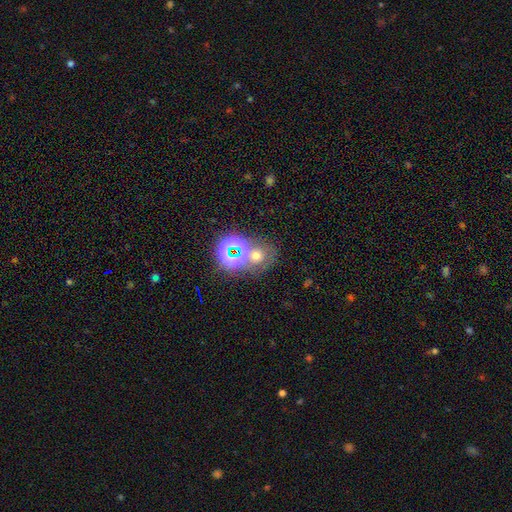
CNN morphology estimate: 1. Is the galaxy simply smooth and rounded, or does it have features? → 48% smooth, 38% star or artifact, 14% featured or disk.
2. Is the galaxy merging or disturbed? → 57% none, 28% merger, 9% minor disturbance, 6% major disturbance.